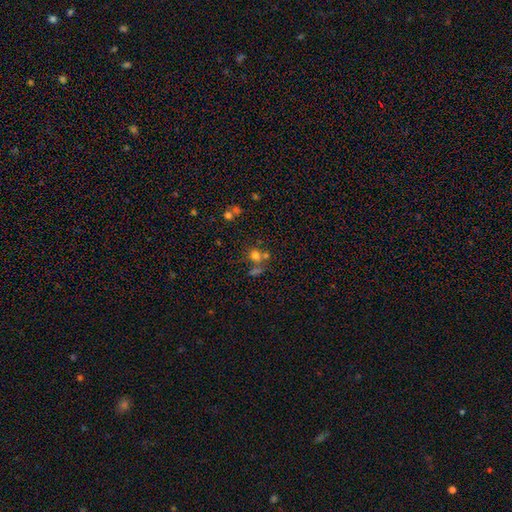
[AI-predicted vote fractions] Smooth or featured? smooth (67%)
How rounded? round (84%)
Merging? none (51%)